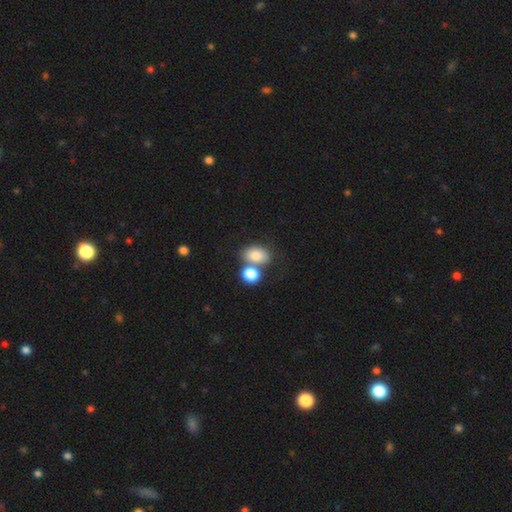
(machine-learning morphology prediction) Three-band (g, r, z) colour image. It shows a smooth galaxy with no disk features (81%) that is in between round and cigar-shaped (74%). Merging: none (44%).